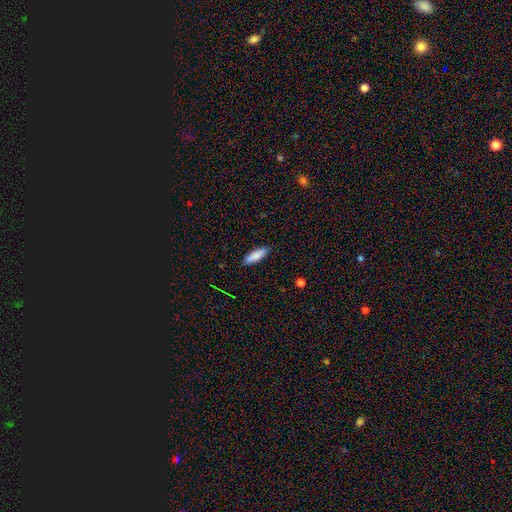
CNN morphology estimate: This appears to be a smooth galaxy with no disk features (86%) that is cigar-shaped (53%). Merging: none (87%).